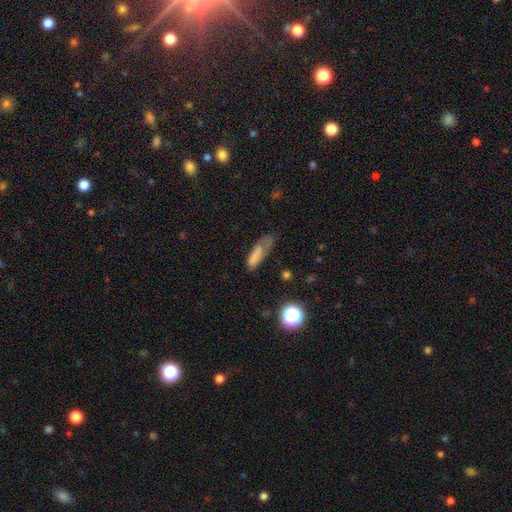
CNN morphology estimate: smooth_or_featured: smooth (p=0.71) [alt: featured or disk p=0.18]
how_rounded: cigar-shaped (p=0.50) [alt: in between p=0.46]
merging: none (p=0.33) [alt: minor disturbance p=0.32]